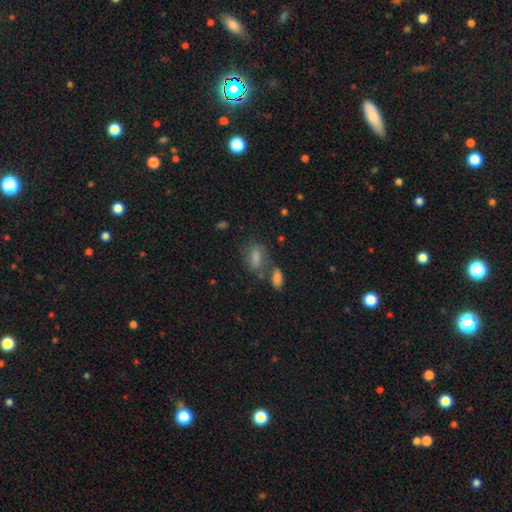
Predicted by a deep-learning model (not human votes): This appears to be a smooth galaxy with no disk features (68%) that is in between round and cigar-shaped (77%). Merging: none (51%).